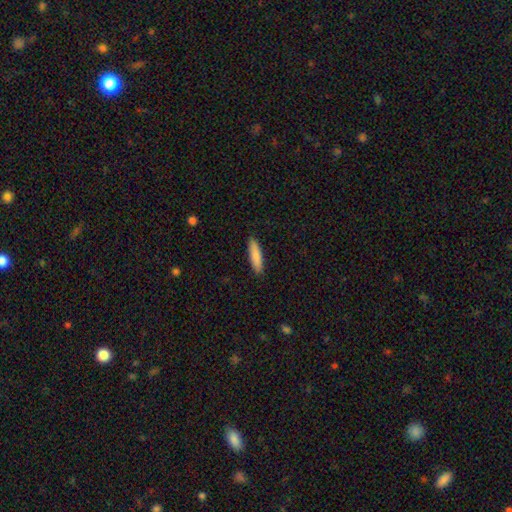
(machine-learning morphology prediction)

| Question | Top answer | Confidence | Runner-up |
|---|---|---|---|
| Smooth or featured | smooth | 86% | featured or disk (9%) |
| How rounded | cigar-shaped | 78% | in between (21%) |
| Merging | none | 90% | minor disturbance (7%) |